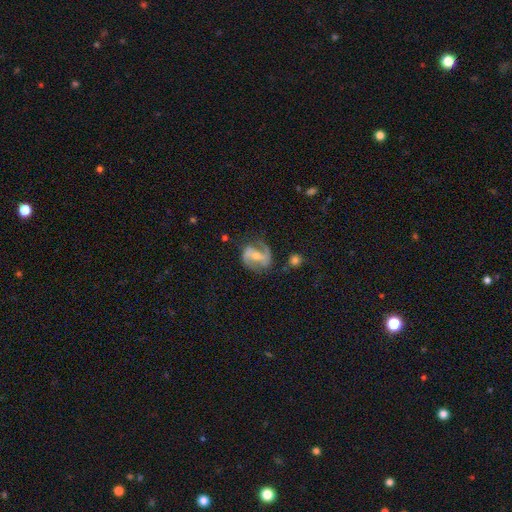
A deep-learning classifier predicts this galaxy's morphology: The model was most divided on "bulge size": moderate: 50%, small: 44%, large: 3%, none: 3%, dominant: 1%. Remaining: edge-on disk — no (97%); spiral arms — yes (94%); spiral arm count — 2 (87%); smooth or featured — featured or disk (84%); merging — none (69%); spiral winding — medium (51%); bar — strong (45%).